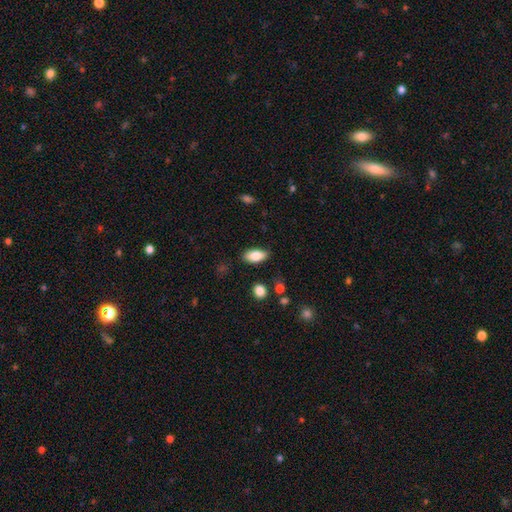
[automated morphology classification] Overall: smooth (84%). How rounded: in between (90%). Merging: none (83%).